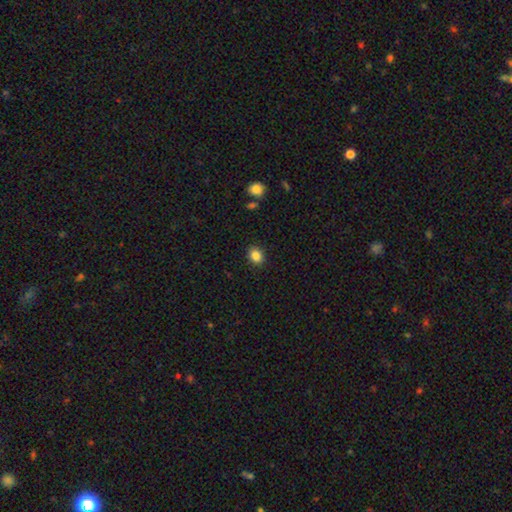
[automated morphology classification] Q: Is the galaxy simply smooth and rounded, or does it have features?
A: smooth — 86%.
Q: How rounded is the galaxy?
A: in between — 52%.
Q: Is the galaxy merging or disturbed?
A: none — 89%.